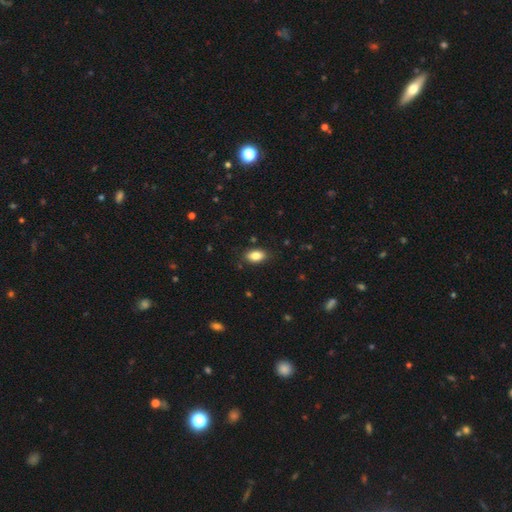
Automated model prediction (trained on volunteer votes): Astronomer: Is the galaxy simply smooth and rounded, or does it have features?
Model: smooth — 85%.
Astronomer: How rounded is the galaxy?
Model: in between — 91%.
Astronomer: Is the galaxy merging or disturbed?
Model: none — 86%.